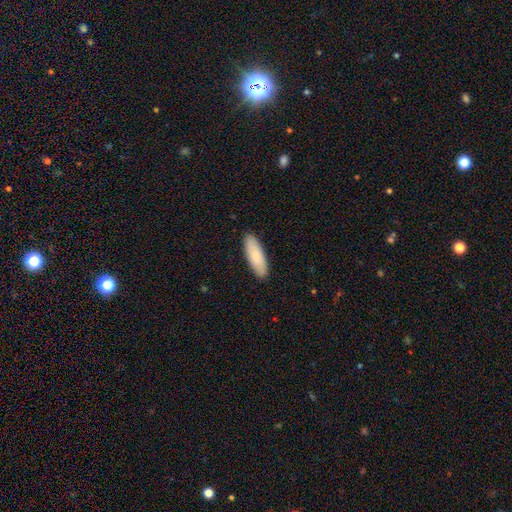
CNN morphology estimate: A smooth galaxy with no disk features (84%) that is in between round and cigar-shaped (56%). Merging: none (90%).